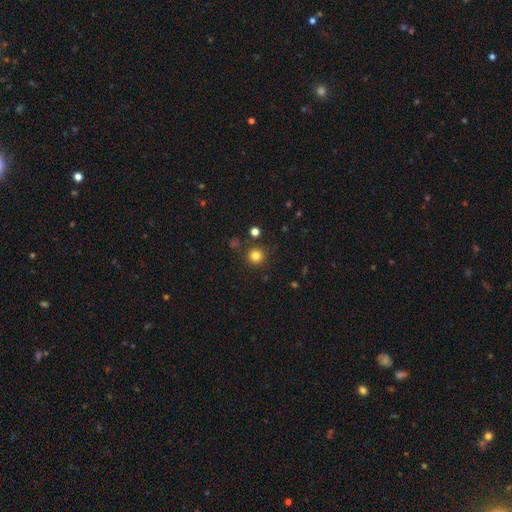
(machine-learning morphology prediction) Smooth or featured?
  - smooth: 81% *
  - star or artifact: 14%
  - featured or disk: 5%
How rounded?
  - round: 95% *
  - in between: 4%
  - cigar-shaped: 1%
Merging?
  - none: 88% *
  - minor disturbance: 6%
  - merger: 3%
  - major disturbance: 2%